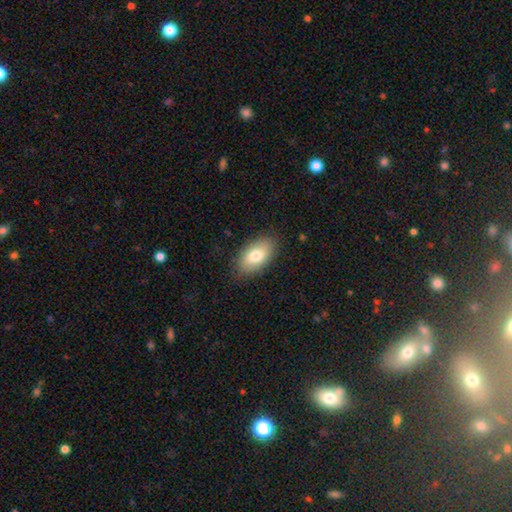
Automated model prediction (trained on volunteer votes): Smooth or featured? smooth (77%)
How rounded? in between (93%)
Merging? none (84%)